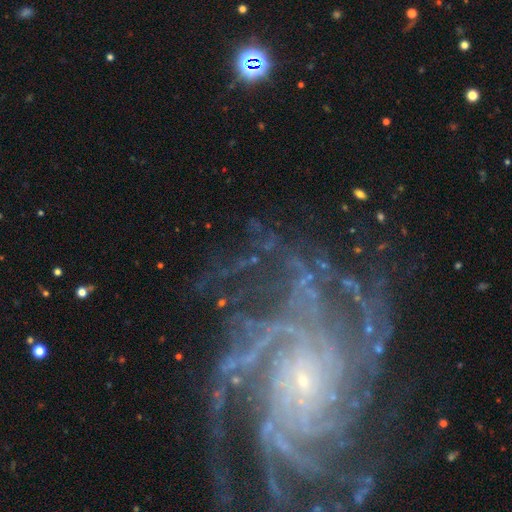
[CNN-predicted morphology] smooth-or-featured: featured or disk: 90% | star or artifact: 7% | smooth: 4%
  disk-edge-on: no: 97% | yes: 3%
    bar: no: 68% | weak: 23% | strong: 10%
    has-spiral-arms: yes: 98% | no: 2%
      spiral-winding: tight: 67% | medium: 28% | loose: 6%
      spiral-arm-count: more than 4: 37% | 4: 21% | can't tell: 15% | 3: 10% | 2: 9% | 1: 8%
    bulge-size: small: 86% | moderate: 8% | none: 3% | large: 2% | dominant: 1%
  merging: none: 73% | minor disturbance: 15% | major disturbance: 10% | merger: 2%